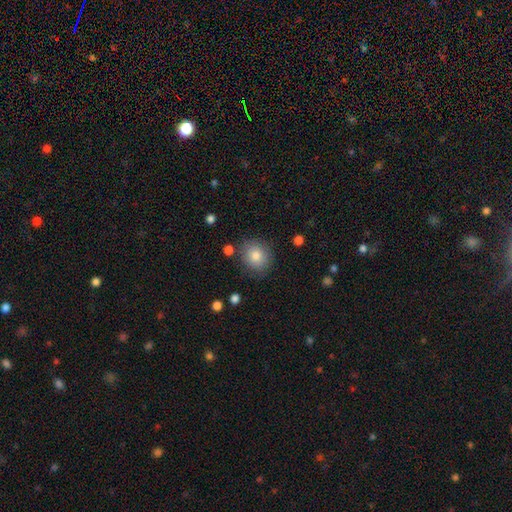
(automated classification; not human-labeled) Smooth or featured? Predicted: smooth (p=0.81). How rounded? Predicted: round (p=0.77). Merging? Predicted: none (p=0.83).